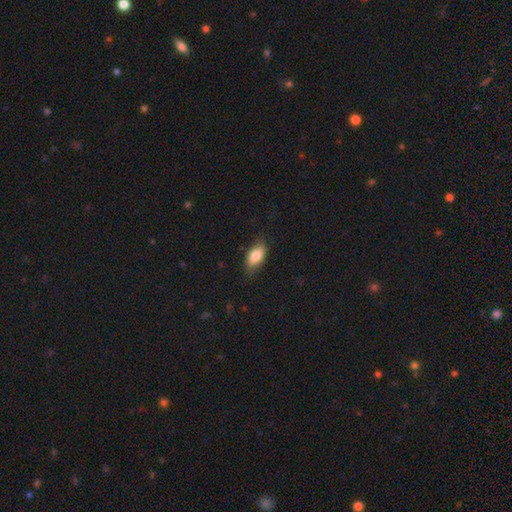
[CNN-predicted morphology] Smooth or featured?
  - smooth: 82% *
  - featured or disk: 12%
  - star or artifact: 7%
How rounded?
  - in between: 89% *
  - cigar-shaped: 7%
  - round: 4%
Merging?
  - none: 77% *
  - minor disturbance: 18%
  - major disturbance: 4%
  - merger: 1%